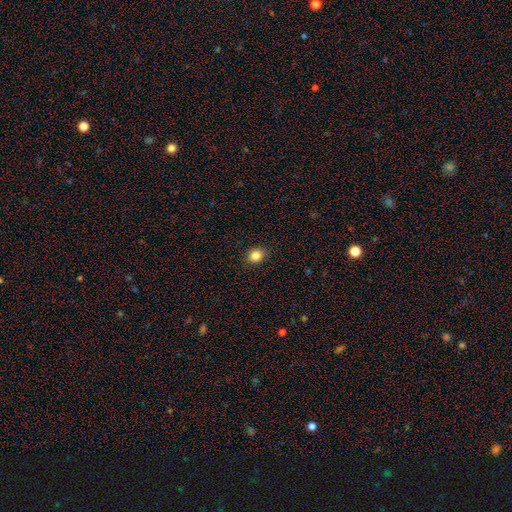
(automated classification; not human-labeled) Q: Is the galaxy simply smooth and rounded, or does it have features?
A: smooth — 85%.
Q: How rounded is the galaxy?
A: round — 57%.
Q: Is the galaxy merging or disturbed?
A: none — 89%.